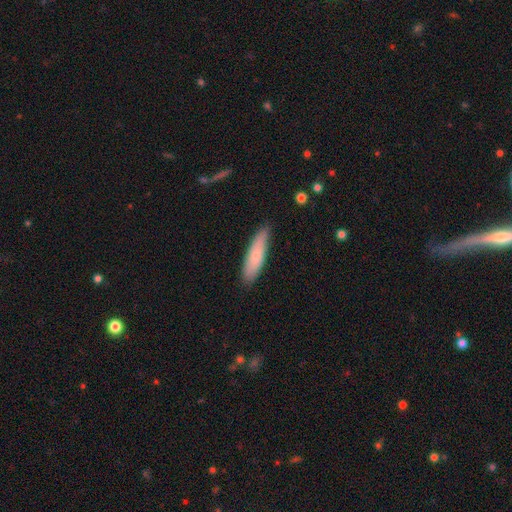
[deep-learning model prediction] This is clearly a smooth galaxy (80%). How rounded: likely cigar-shaped (72%). Merging: clearly none (83%).